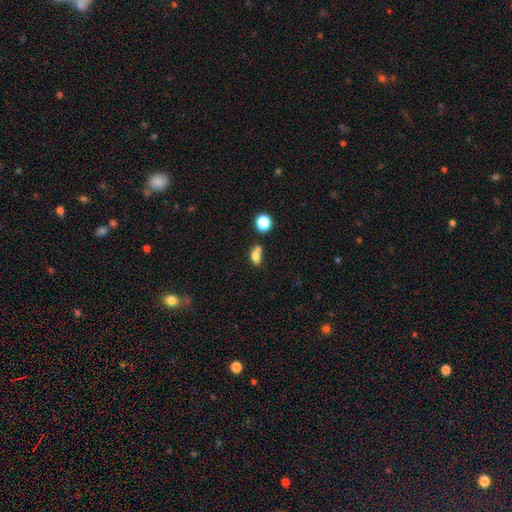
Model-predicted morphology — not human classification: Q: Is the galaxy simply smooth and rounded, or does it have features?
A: smooth — 76%.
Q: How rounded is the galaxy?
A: in between — 70%.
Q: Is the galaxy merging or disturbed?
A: merger — 41%.